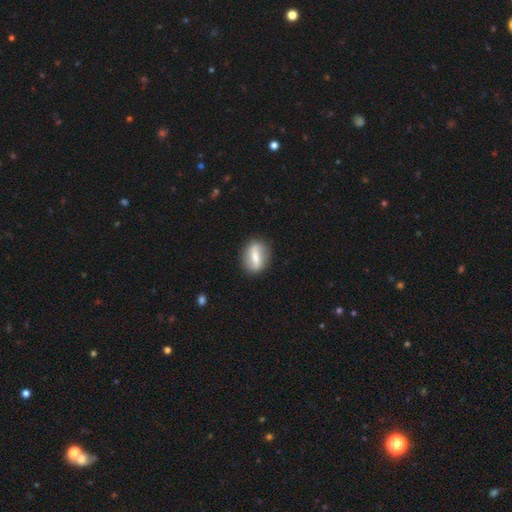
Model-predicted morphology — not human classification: Smooth or featured?
  - featured or disk: 48% *
  - smooth: 45%
  - star or artifact: 7%
Merging?
  - none: 87% *
  - minor disturbance: 9%
  - major disturbance: 3%
  - merger: 1%